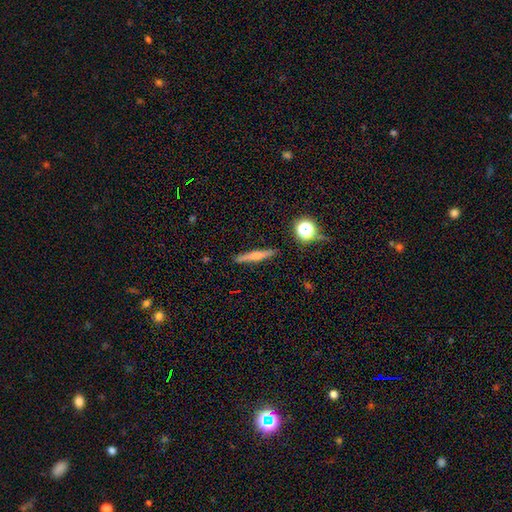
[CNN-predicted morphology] Smooth or featured: smooth — 50% (featured or disk — 40%)
How rounded: cigar-shaped — 91% (in between — 6%)
Merging: none — 90% (minor disturbance — 7%)